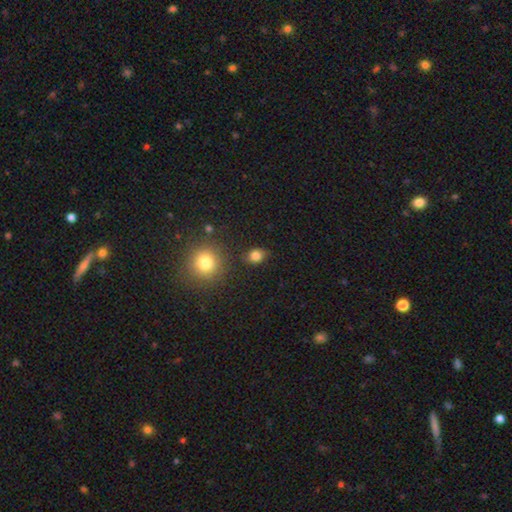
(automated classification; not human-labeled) A smooth galaxy with no disk features (82%) that is round (50%). Merging: none (82%).